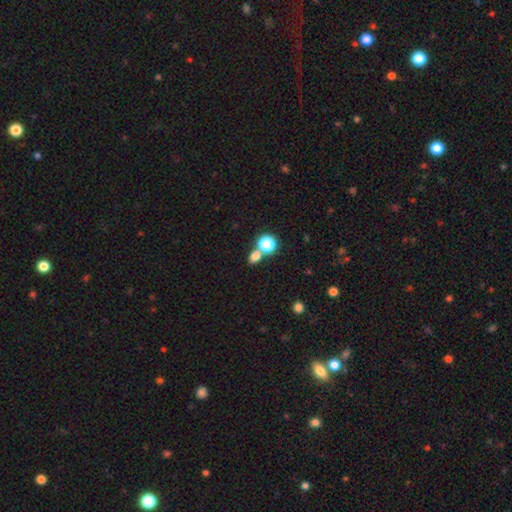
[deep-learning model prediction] smooth 72%, star or artifact 20%, featured or disk 8%. Down the decision tree: how rounded — in between (51%); merging — none (59%).